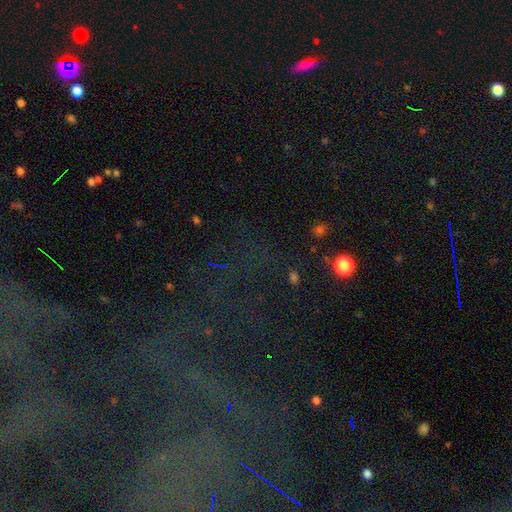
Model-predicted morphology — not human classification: This is likely a star or artifact rather than a galaxy (66%).